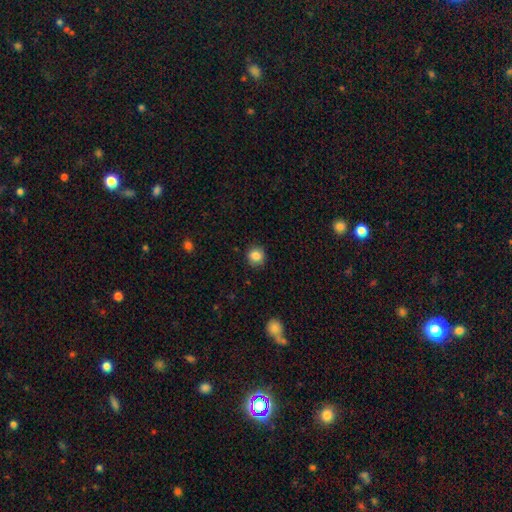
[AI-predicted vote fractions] A smooth galaxy with no disk features (85%) that is round (90%). Merging: none (89%).